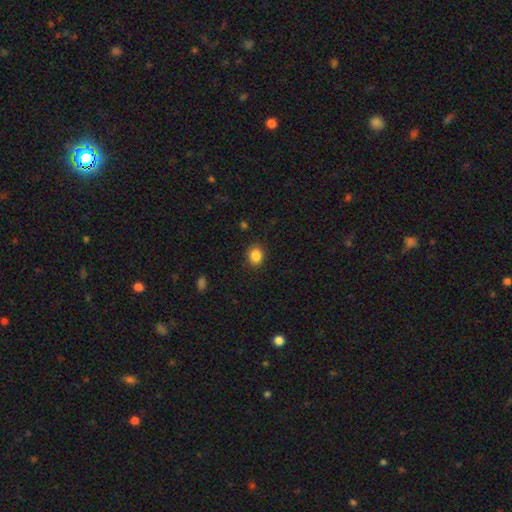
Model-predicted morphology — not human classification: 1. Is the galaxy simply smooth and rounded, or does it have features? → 86% smooth, 10% star or artifact, 4% featured or disk.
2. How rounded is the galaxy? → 65% round, 34% in between, 1% cigar-shaped.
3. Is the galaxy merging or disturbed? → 88% none, 9% minor disturbance, 3% major disturbance, 1% merger.